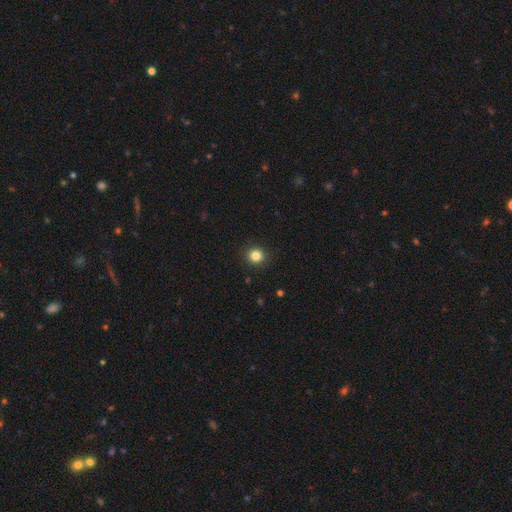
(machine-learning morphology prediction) Smooth or featured? smooth (83%)
How rounded? round (93%)
Merging? none (92%)